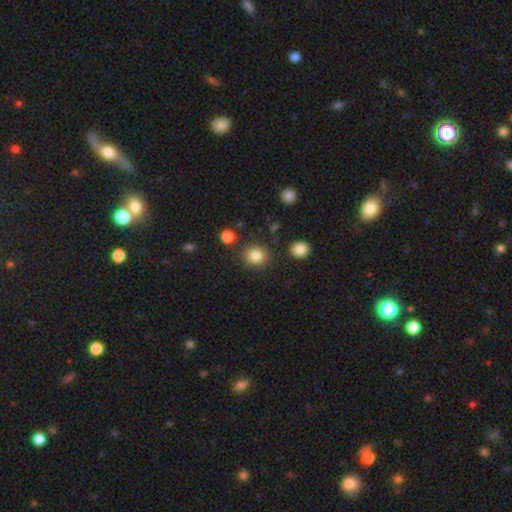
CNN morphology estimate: Smooth or featured? smooth (84%)
How rounded? round (81%)
Merging? none (86%)